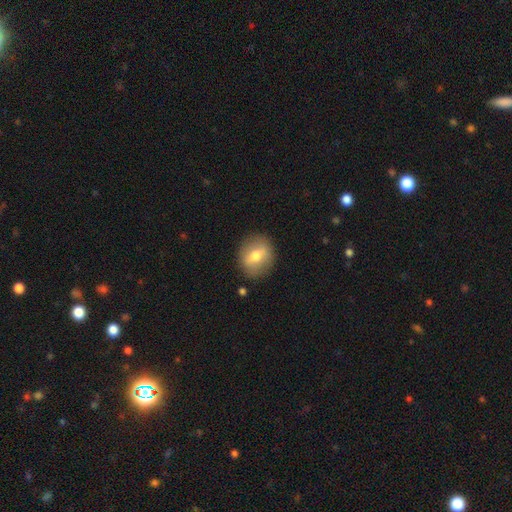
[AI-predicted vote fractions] This appears to be a smooth galaxy with no disk features (58%) that is round (69%). Merging: none (86%).